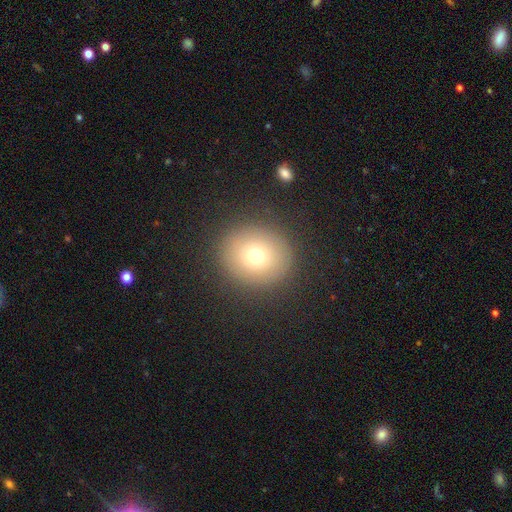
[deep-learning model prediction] Smooth or featured?
  - smooth: 74% *
  - star or artifact: 14%
  - featured or disk: 13%
How rounded?
  - round: 87% *
  - in between: 12%
  - cigar-shaped: 1%
Merging?
  - none: 88% *
  - minor disturbance: 7%
  - major disturbance: 3%
  - merger: 1%